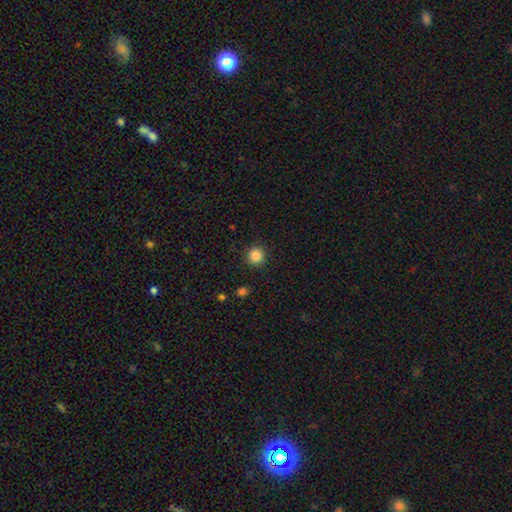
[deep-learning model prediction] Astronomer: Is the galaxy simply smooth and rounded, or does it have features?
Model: smooth — 85%.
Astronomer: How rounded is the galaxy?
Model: round — 94%.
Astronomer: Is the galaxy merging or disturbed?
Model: none — 91%.